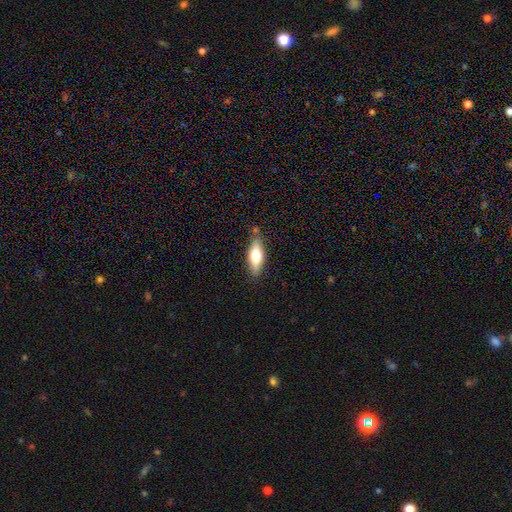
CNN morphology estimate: The model was most divided on "how rounded": in between: 59%, cigar-shaped: 38%, round: 3%. More confident: merging — none (81%); smooth or featured — smooth (60%).